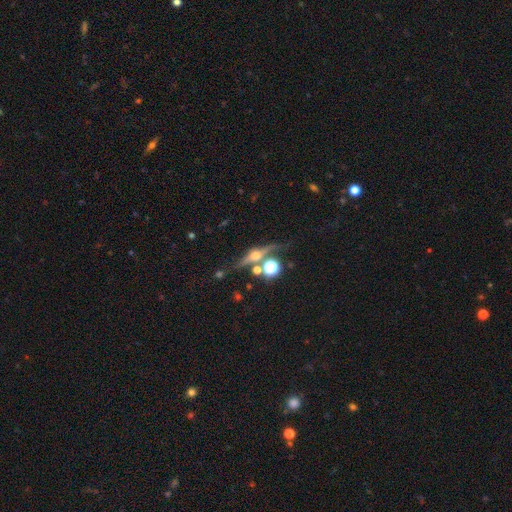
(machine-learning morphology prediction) Smooth or featured?
  - featured or disk: 75% *
  - smooth: 14%
  - star or artifact: 11%
Edge-on disk?
  - yes: 91% *
  - no: 9%
Edge-on bulge?
  - rounded: 94% *
  - boxy: 4%
  - none: 2%
Merging?
  - none: 71% *
  - minor disturbance: 14%
  - merger: 9%
  - major disturbance: 6%